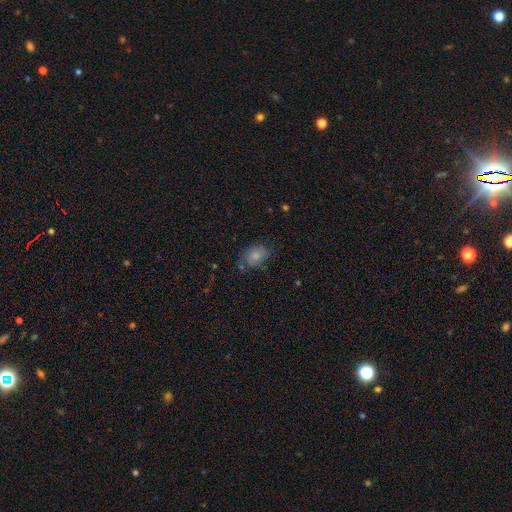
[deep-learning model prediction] A smooth galaxy with no disk features (71%) that is in between round and cigar-shaped (77%). Merging: none (60%).